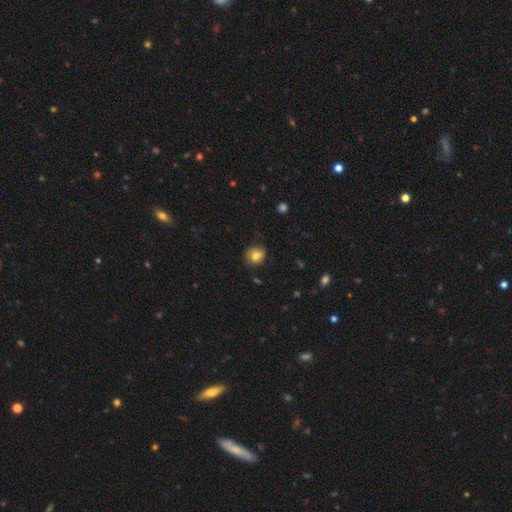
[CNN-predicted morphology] Overall: smooth (78%). How rounded: round (83%). Merging: none (77%).